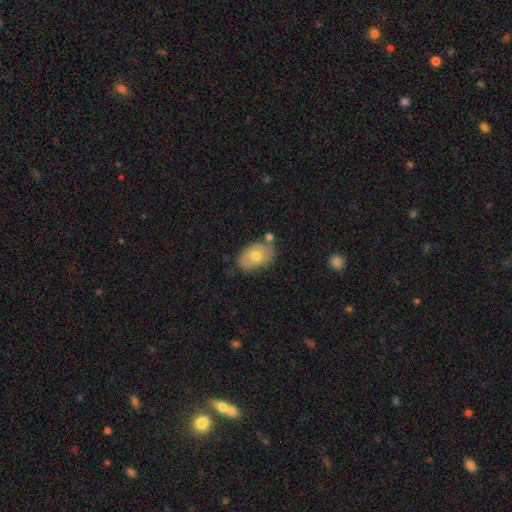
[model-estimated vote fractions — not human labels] The model was most divided on "smooth or featured": smooth: 68%, featured or disk: 25%, star or artifact: 7%. More confident: how rounded — in between (85%); merging — none (66%).